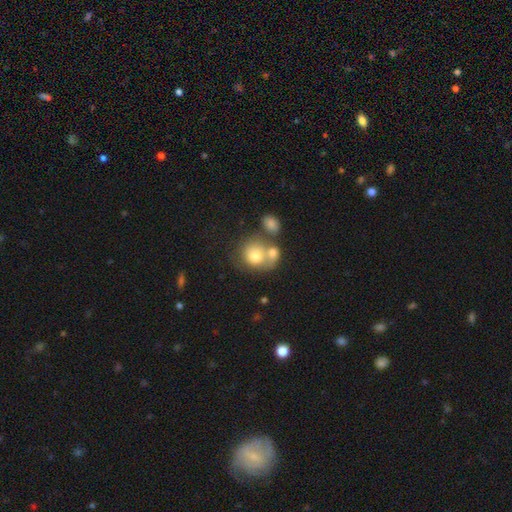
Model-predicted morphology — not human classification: type=smooth (73%); roundness=round (74%); merging=merger (51%).